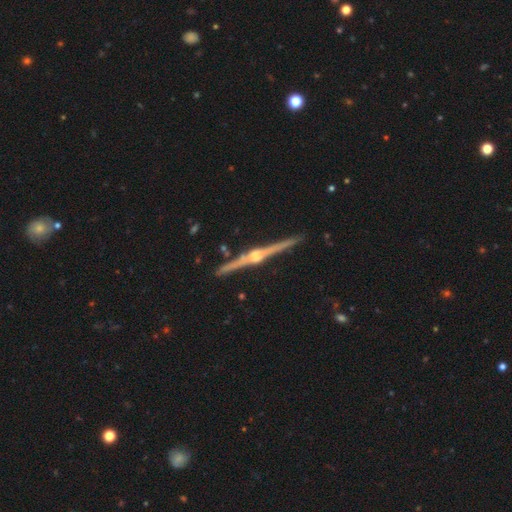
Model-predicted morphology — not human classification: Q: Smooth or featured?
A: featured or disk (91%); runner-up: smooth (5%)
Q: Edge-on disk?
A: yes (99%); runner-up: no (1%)
Q: Edge-on bulge?
A: rounded (93%); runner-up: boxy (4%)
Q: Merging?
A: none (92%); runner-up: minor disturbance (6%)